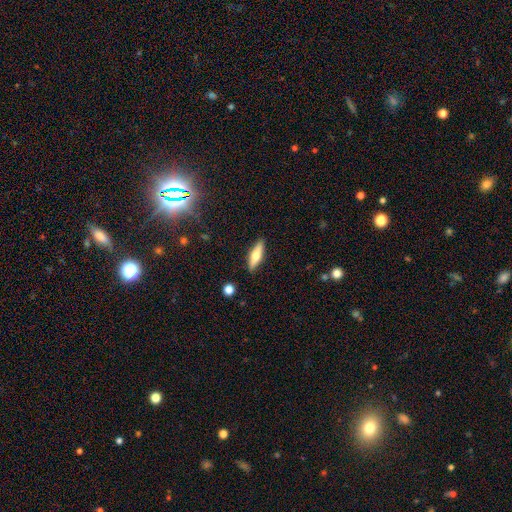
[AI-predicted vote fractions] A smooth galaxy with no disk features (49%).

Vote fractions:
- Smooth or featured? smooth: 49% / featured or disk: 44% / star or artifact: 6%
- Merging? none: 88% / minor disturbance: 8% / major disturbance: 2% / merger: 1%